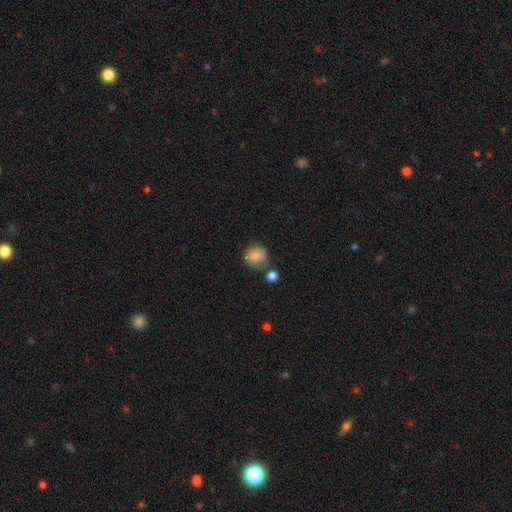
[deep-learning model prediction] Smooth or featured? Predicted: smooth (p=0.85). How rounded? Predicted: round (p=0.83). Merging? Predicted: none (p=0.71).